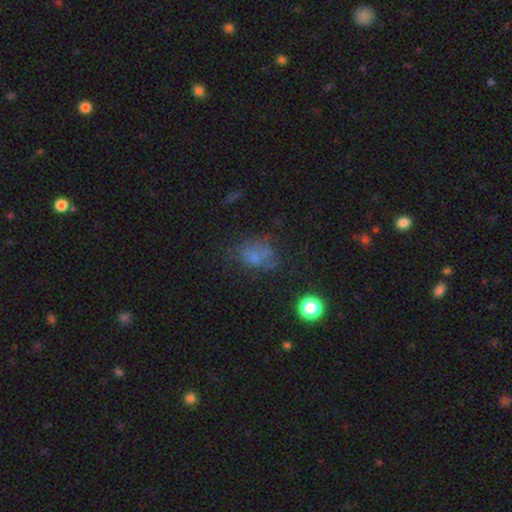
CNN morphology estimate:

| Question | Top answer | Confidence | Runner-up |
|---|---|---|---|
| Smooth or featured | smooth | 58% | featured or disk (22%) |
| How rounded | in between | 61% | round (37%) |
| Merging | none | 47% | minor disturbance (24%) |